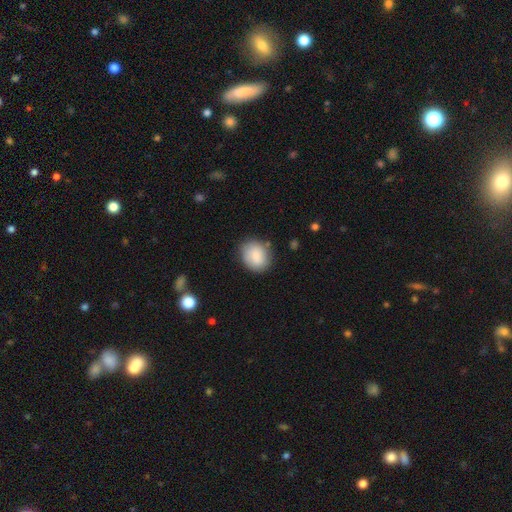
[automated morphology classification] Smooth or featured?
  - smooth: 83% *
  - featured or disk: 9%
  - star or artifact: 7%
How rounded?
  - round: 61% *
  - in between: 38%
  - cigar-shaped: 1%
Merging?
  - none: 80% *
  - minor disturbance: 14%
  - major disturbance: 4%
  - merger: 2%